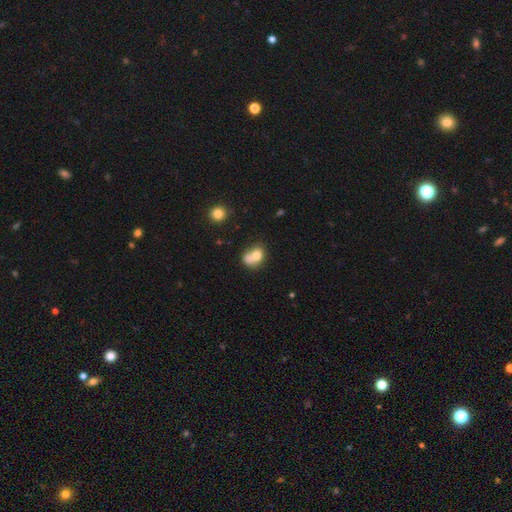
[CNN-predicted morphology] A smooth galaxy with no disk features (71%) that is in between round and cigar-shaped (50%). Merging: merger (55%).